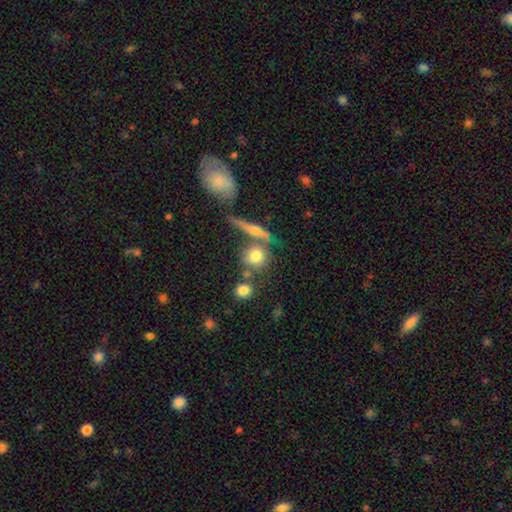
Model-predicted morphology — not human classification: Smooth or featured?
  - smooth: 71% *
  - featured or disk: 18%
  - star or artifact: 11%
How rounded?
  - round: 81% *
  - in between: 14%
  - cigar-shaped: 5%
Merging?
  - none: 61% *
  - merger: 23%
  - minor disturbance: 11%
  - major disturbance: 5%